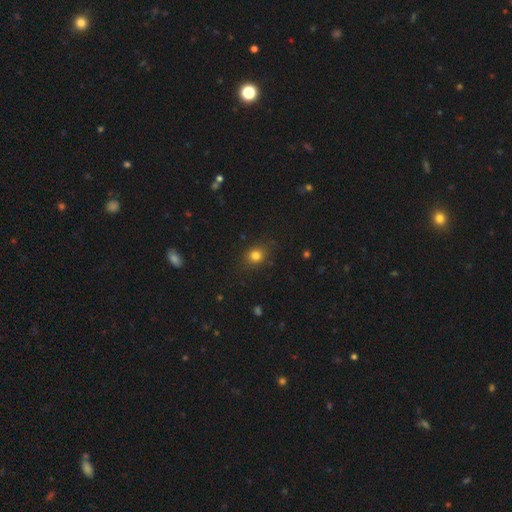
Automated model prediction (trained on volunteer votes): Q: Smooth or featured?
A: smooth (80%); runner-up: star or artifact (14%)
Q: How rounded?
A: round (68%); runner-up: in between (31%)
Q: Merging?
A: none (85%); runner-up: minor disturbance (11%)